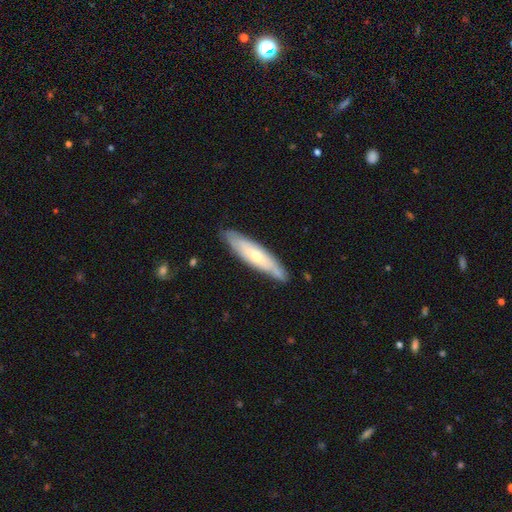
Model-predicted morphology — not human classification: featured or disk 55%, smooth 39%, star or artifact 6%. Down the decision tree: edge-on disk — yes (56%); merging — none (79%).